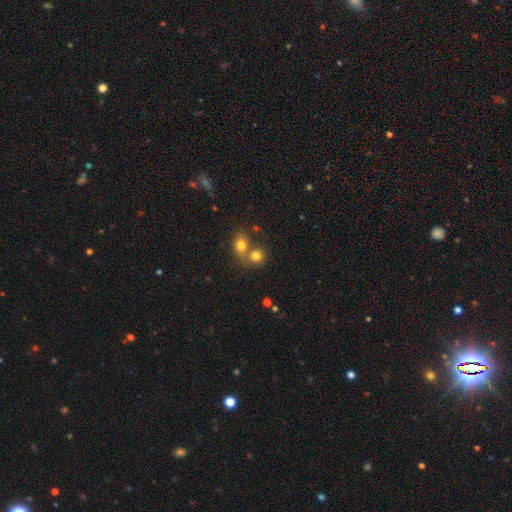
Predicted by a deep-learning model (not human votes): Overall: smooth (77%). How rounded: round (72%). Merging: merger (50%; none 39%).